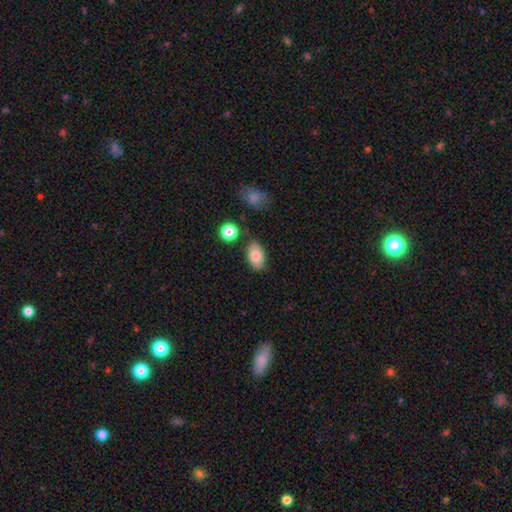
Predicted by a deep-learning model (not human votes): smooth_or_featured: smooth (p=0.81) [alt: featured or disk p=0.11]
how_rounded: in between (p=0.91) [alt: round p=0.08]
merging: none (p=0.79) [alt: minor disturbance p=0.13]